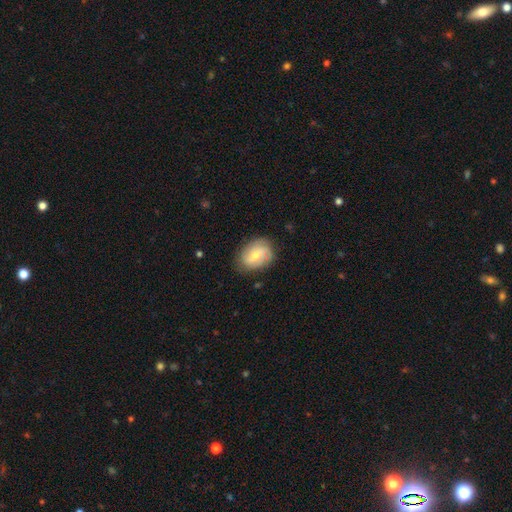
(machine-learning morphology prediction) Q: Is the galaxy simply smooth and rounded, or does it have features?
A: smooth — 48%.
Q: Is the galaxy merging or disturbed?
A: none — 76%.